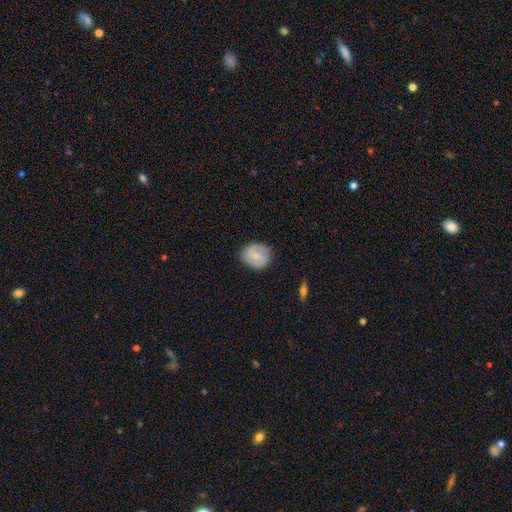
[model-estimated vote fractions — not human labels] smooth-or-featured: smooth: 60% | featured or disk: 33% | star or artifact: 7%
  how-rounded: round: 71% | in between: 28% | cigar-shaped: 1%
  merging: none: 81% | minor disturbance: 14% | major disturbance: 3% | merger: 1%